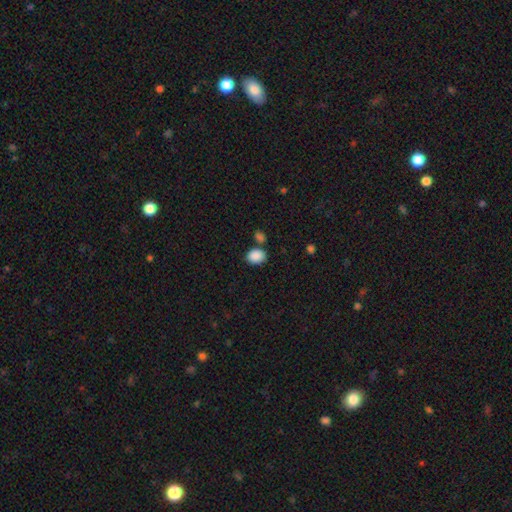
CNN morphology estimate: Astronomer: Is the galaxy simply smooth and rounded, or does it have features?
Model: smooth — 88%.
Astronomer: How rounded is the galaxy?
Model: in between — 69%.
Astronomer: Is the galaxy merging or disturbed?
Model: none — 68%.